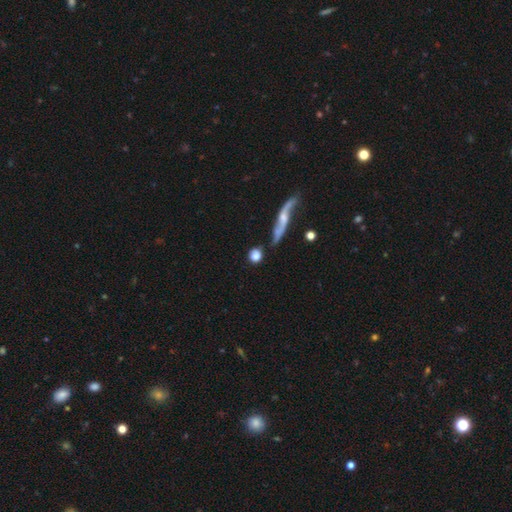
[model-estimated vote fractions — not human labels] Smooth or featured: smooth — 79% (featured or disk — 13%)
How rounded: round — 85% (in between — 10%)
Merging: none — 74% (minor disturbance — 12%)